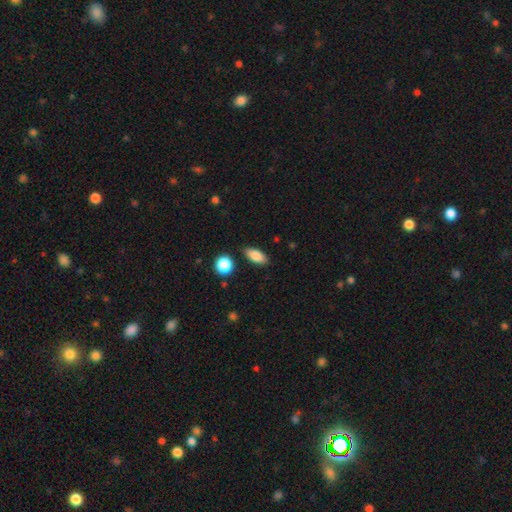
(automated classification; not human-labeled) This is clearly a smooth galaxy (84%). How rounded: clearly in between (85%). Merging: clearly none (86%).